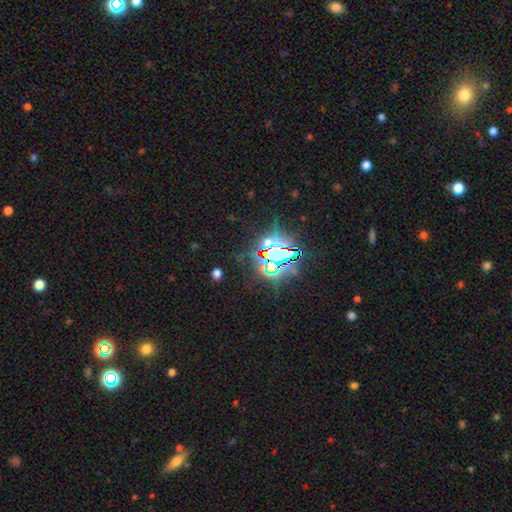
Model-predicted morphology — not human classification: Smooth or featured: star or artifact — 83% (smooth — 9%)